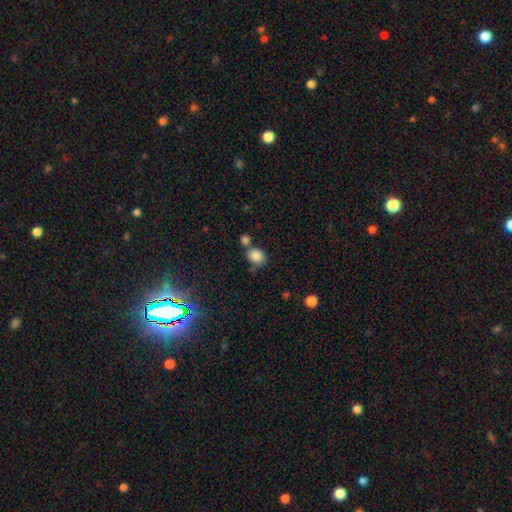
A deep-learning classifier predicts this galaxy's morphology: A smooth galaxy with no disk features (84%) that is round (66%).

Vote fractions:
- Smooth or featured? smooth: 84% / star or artifact: 10% / featured or disk: 5%
- How rounded? round: 66% / in between: 33% / cigar-shaped: 1%
- Merging? none: 52% / merger: 28% / minor disturbance: 14% / major disturbance: 6%